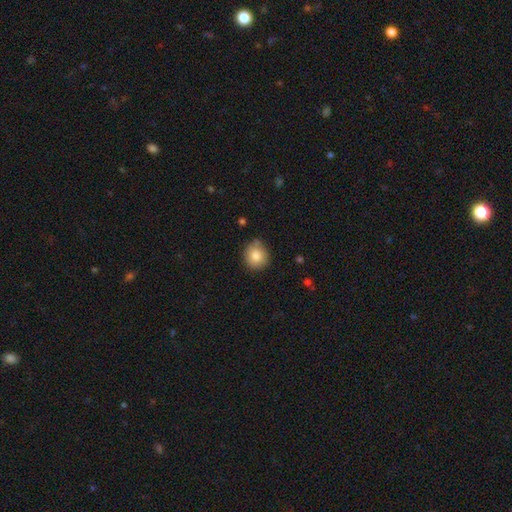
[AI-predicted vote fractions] This appears to be a smooth galaxy with no disk features (84%) that is round (86%). Merging: none (79%).